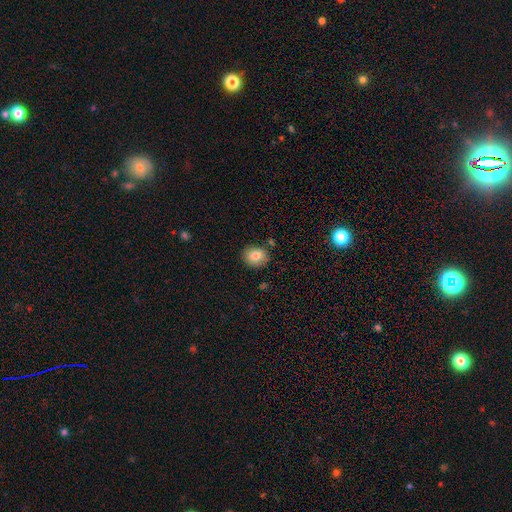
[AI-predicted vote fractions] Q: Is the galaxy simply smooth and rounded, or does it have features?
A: smooth — 83%.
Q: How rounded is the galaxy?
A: round — 65%.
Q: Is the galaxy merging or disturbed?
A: none — 83%.